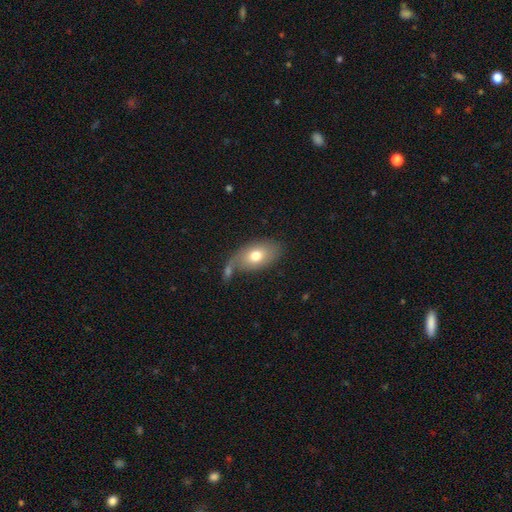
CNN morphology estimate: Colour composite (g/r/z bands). It shows a smooth galaxy with no disk features (72%) that is in between round and cigar-shaped (88%). Merging: none (53%).